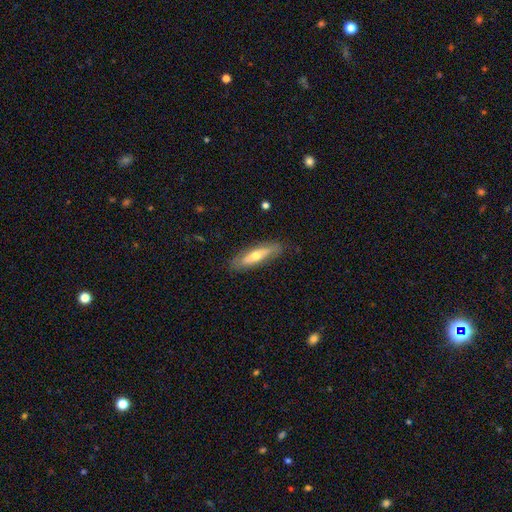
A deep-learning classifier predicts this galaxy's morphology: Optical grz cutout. It shows a smooth galaxy with no disk features (48%). Merging: none (82%).